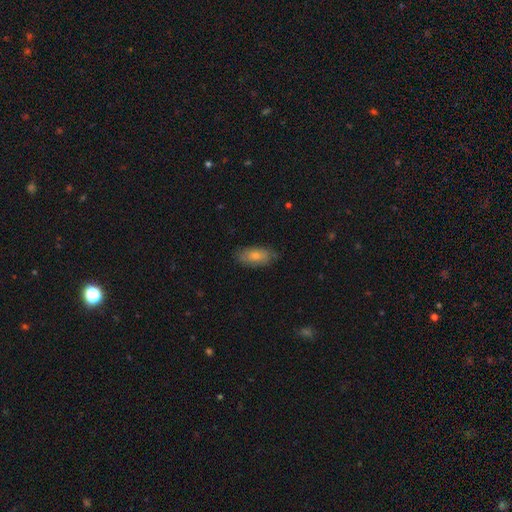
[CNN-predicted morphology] smooth 75%, featured or disk 19%, star or artifact 6%. Down the decision tree: how rounded — in between (89%); merging — none (76%).